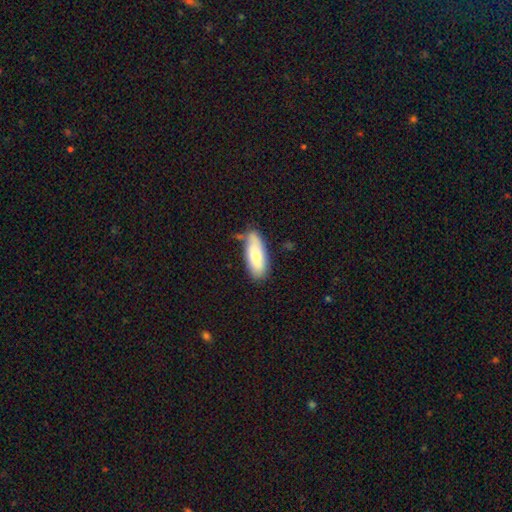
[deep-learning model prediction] smooth 75%, featured or disk 19%, star or artifact 6%. Down the decision tree: how rounded — in between (75%); merging — none (63%).